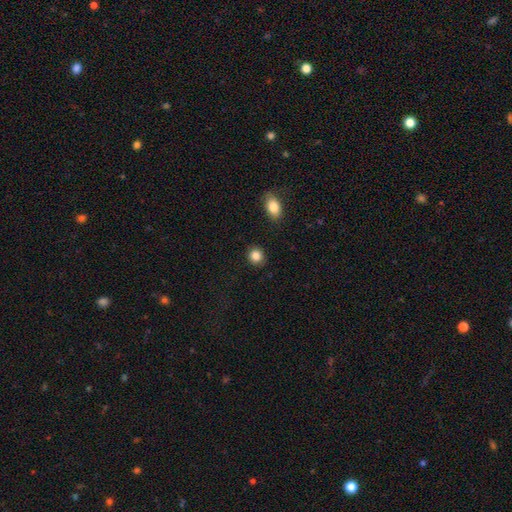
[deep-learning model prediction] Smooth or featured? smooth (85%)
How rounded? round (86%)
Merging? none (88%)